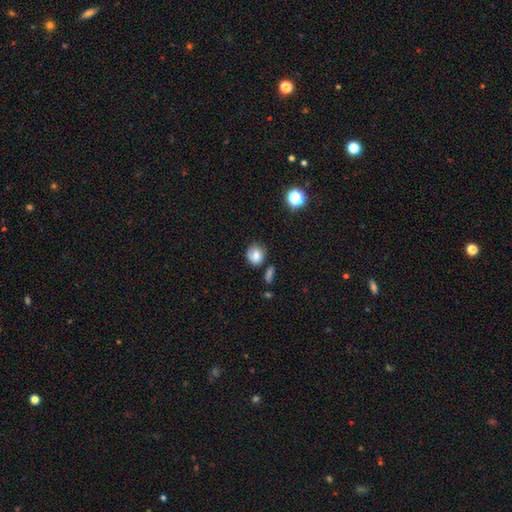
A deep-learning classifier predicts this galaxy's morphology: smooth-or-featured: smooth: 75% | featured or disk: 15% | star or artifact: 10%
  how-rounded: round: 78% | in between: 21% | cigar-shaped: 1%
  merging: none: 63% | minor disturbance: 24% | major disturbance: 7% | merger: 6%